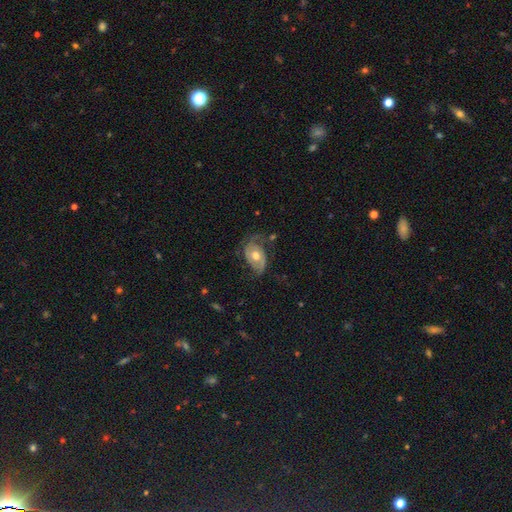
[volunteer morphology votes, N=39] A featured or disk galaxy (62%) with no bar (91%), 2 (50%, tied with can't tell) tight (64%) spiral arms (64%) and a moderate central bulge (95%). Merging: minor disturbance (37%).